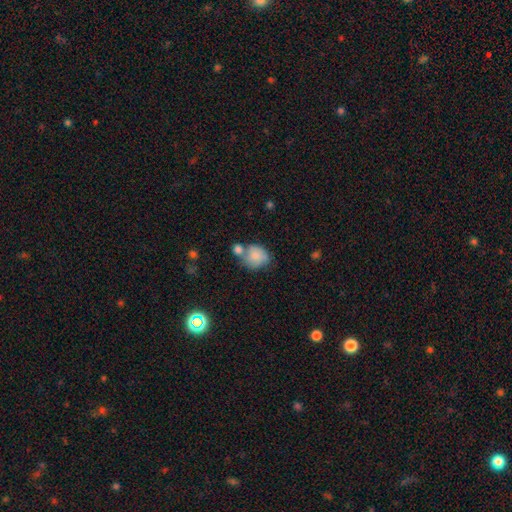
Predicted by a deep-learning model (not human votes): This appears to be a smooth galaxy with no disk features (77%) that is round (64%). Merging: merger (40%).